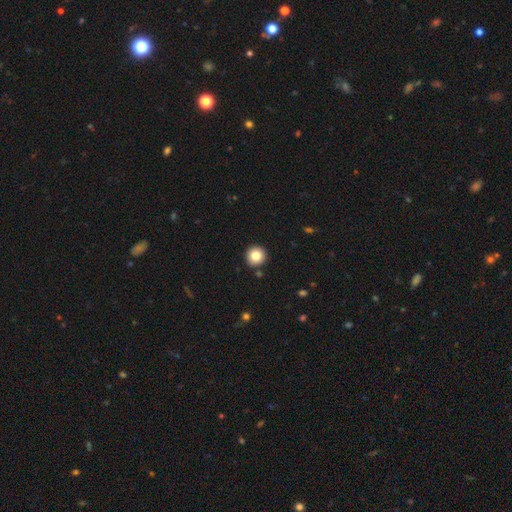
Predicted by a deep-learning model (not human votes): The model was most divided on "smooth or featured": smooth: 82%, star or artifact: 10%, featured or disk: 8%. More confident: how rounded — round (96%); merging — none (91%).